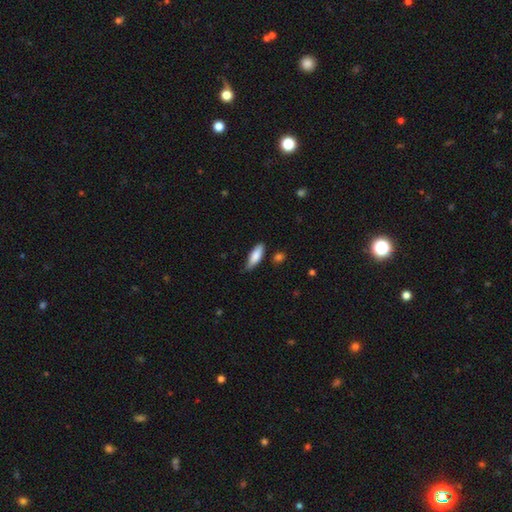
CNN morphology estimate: smooth 83%, featured or disk 11%, star or artifact 6%. Down the decision tree: how rounded — in between (57%); merging — none (74%).